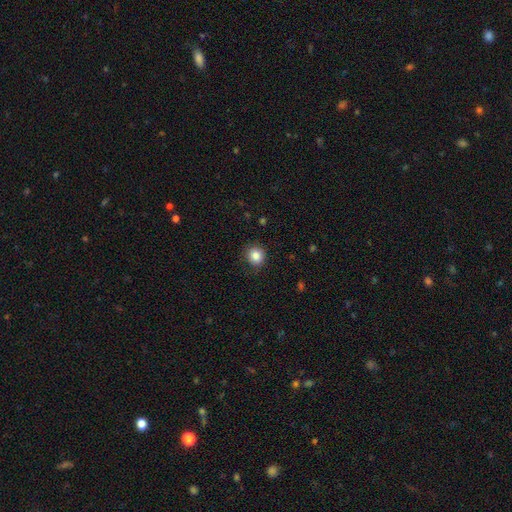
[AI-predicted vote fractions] A smooth galaxy with no disk features (85%) that is round (87%). Merging: none (85%).